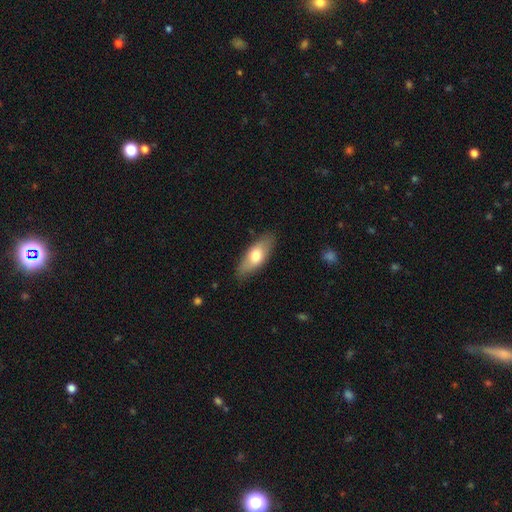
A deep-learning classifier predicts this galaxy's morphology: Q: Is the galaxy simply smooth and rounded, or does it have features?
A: smooth — 70%.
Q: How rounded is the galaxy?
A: in between — 77%.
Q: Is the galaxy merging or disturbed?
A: none — 84%.